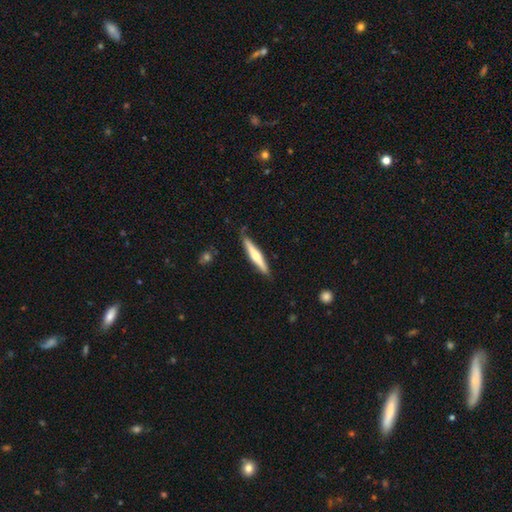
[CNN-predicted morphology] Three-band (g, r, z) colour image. It shows a featured or disk galaxy (58%) viewed edge-on (96%) with a rounded central bulge (86%). Merging: none (86%).